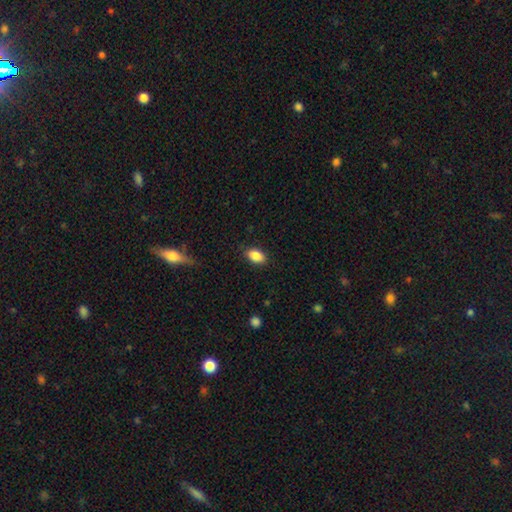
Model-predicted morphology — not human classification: Smooth or featured?
  - smooth: 87% *
  - star or artifact: 8%
  - featured or disk: 5%
How rounded?
  - in between: 89% *
  - round: 8%
  - cigar-shaped: 2%
Merging?
  - none: 85% *
  - minor disturbance: 11%
  - major disturbance: 3%
  - merger: 1%